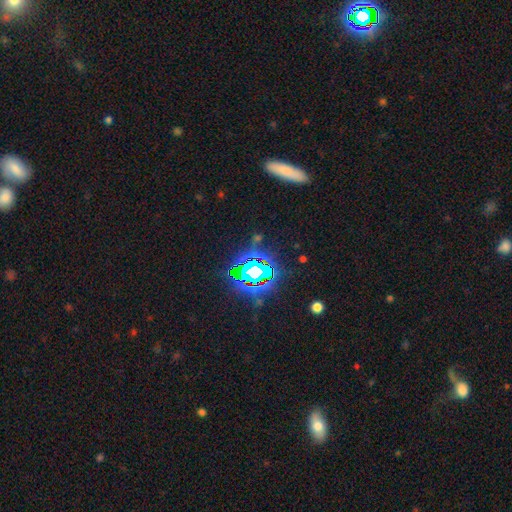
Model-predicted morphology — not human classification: A star or artifact, not a galaxy (77%).